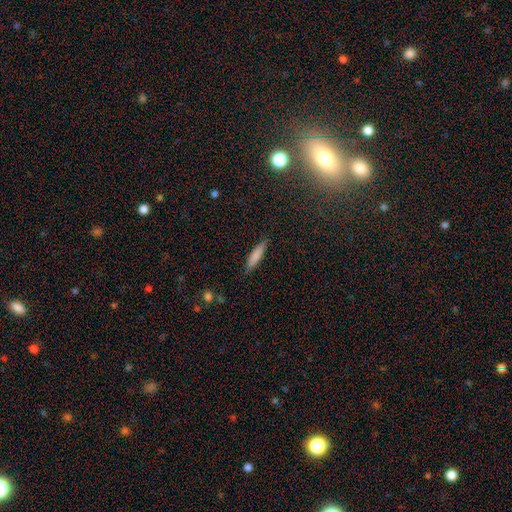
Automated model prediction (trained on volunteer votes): Overall: smooth (81%). How rounded: cigar-shaped (82%). Merging: none (86%).